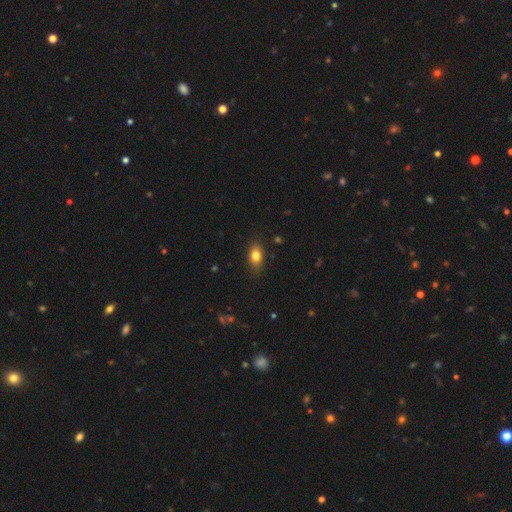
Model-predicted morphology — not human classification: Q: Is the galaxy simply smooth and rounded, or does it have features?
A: smooth — 81%.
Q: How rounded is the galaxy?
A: in between — 80%.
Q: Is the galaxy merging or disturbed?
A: none — 82%.